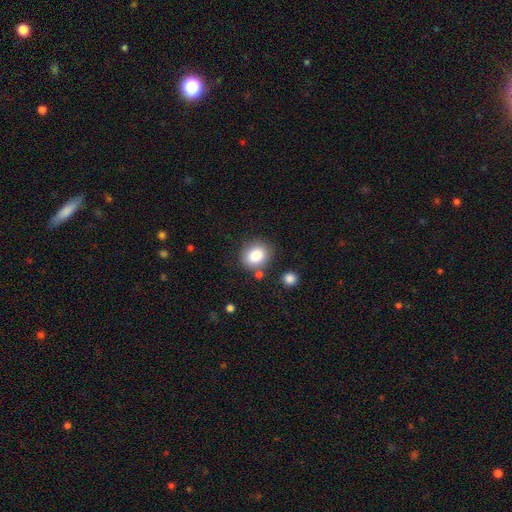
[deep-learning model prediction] smooth-or-featured: smooth: 85% | star or artifact: 9% | featured or disk: 6%
  how-rounded: round: 64% | in between: 35% | cigar-shaped: 1%
  merging: none: 76% | minor disturbance: 13% | merger: 7% | major disturbance: 4%